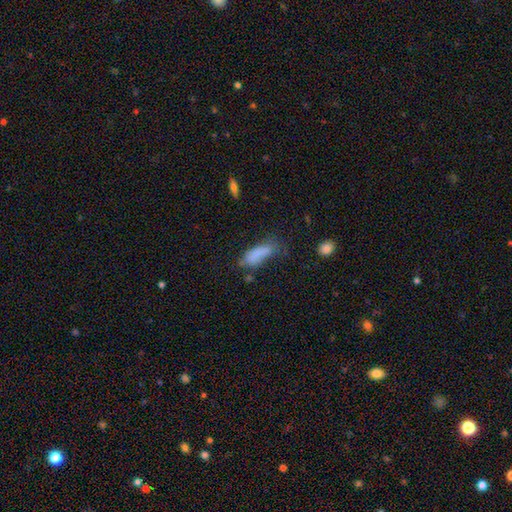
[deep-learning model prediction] This appears to be a smooth galaxy with no disk features (79%) that is in between round and cigar-shaped (69%). Merging: none (40%).